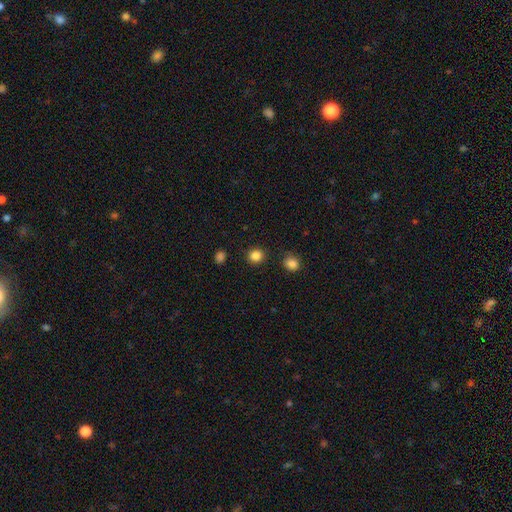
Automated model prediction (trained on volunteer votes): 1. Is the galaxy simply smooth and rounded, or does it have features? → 85% smooth, 12% star or artifact, 4% featured or disk.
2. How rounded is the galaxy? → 88% round, 11% in between, 1% cigar-shaped.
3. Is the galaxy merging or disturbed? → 90% none, 6% minor disturbance, 2% major disturbance, 2% merger.